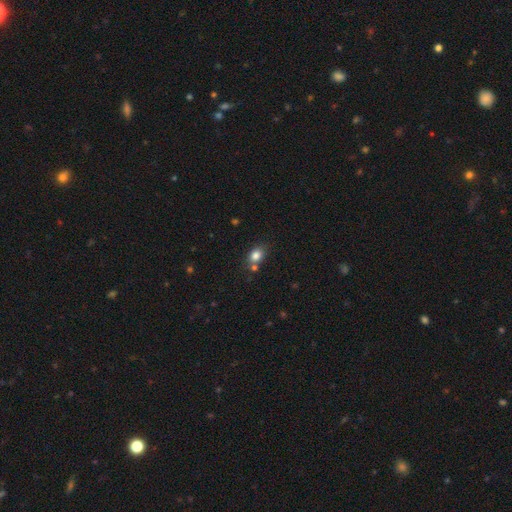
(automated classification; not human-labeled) Smooth or featured: smooth — 82% (star or artifact — 11%)
How rounded: in between — 60% (round — 38%)
Merging: none — 65% (merger — 17%)